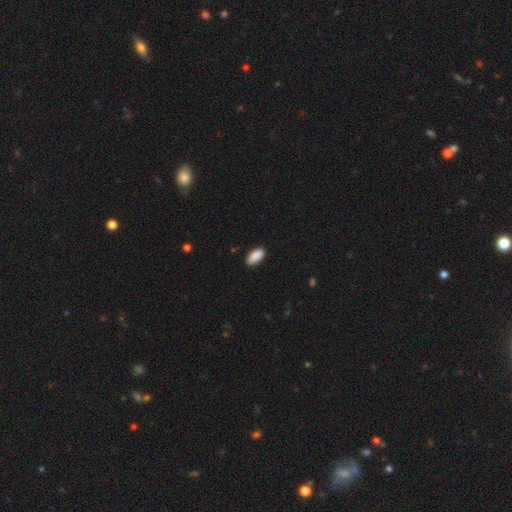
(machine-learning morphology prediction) smooth_or_featured: smooth (p=0.90) [alt: star or artifact p=0.06]
how_rounded: in between (p=0.93) [alt: cigar-shaped p=0.05]
merging: none (p=0.84) [alt: minor disturbance p=0.13]